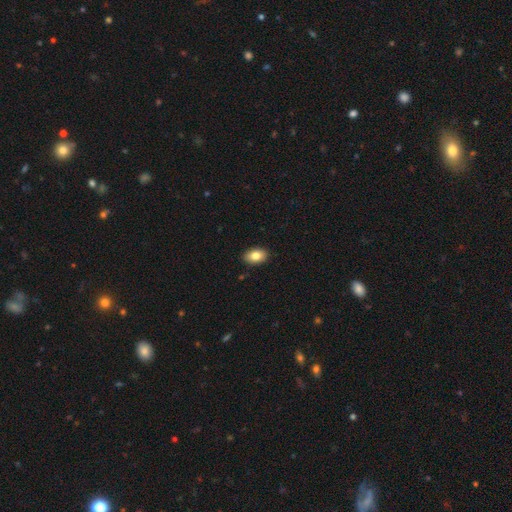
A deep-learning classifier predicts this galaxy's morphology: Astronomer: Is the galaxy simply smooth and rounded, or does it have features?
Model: smooth — 83%.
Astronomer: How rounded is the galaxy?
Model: in between — 88%.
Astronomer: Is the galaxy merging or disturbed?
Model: none — 90%.